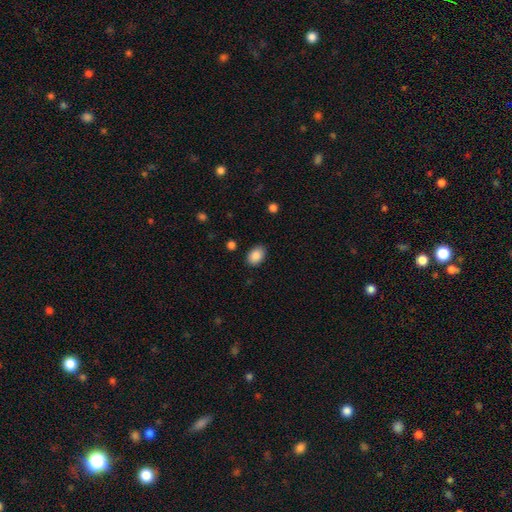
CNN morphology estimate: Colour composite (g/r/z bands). It shows a smooth galaxy with no disk features (88%) that is in between round and cigar-shaped (81%). Merging: none (85%).